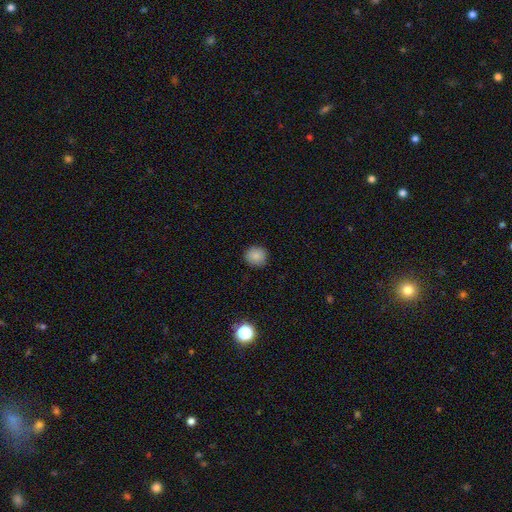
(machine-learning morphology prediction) smooth 86%, star or artifact 11%, featured or disk 4%. Down the decision tree: how rounded — round (89%); merging — none (89%).